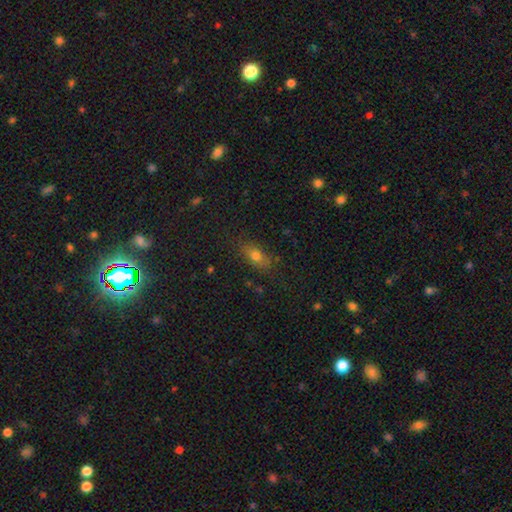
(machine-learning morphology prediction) smooth 70%, featured or disk 15%, star or artifact 15%. Down the decision tree: how rounded — in between (73%); merging — none (79%).